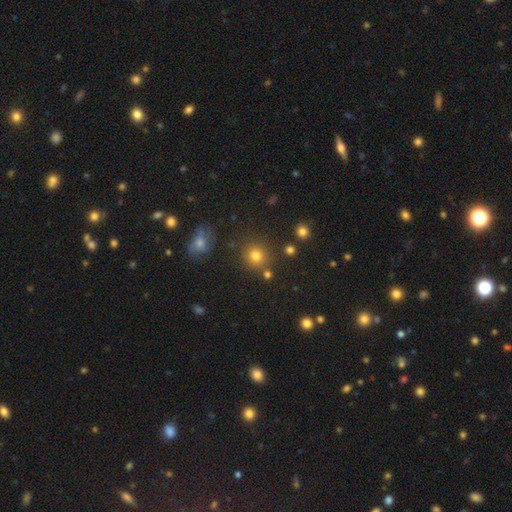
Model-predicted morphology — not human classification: smooth-or-featured: smooth: 76% | star or artifact: 18% | featured or disk: 6%
  how-rounded: round: 91% | in between: 8% | cigar-shaped: 1%
  merging: none: 83% | minor disturbance: 8% | merger: 6% | major disturbance: 3%